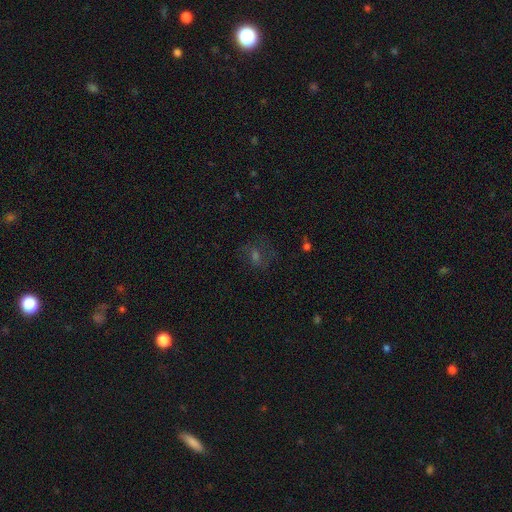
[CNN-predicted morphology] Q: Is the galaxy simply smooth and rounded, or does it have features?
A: star or artifact — 35%.